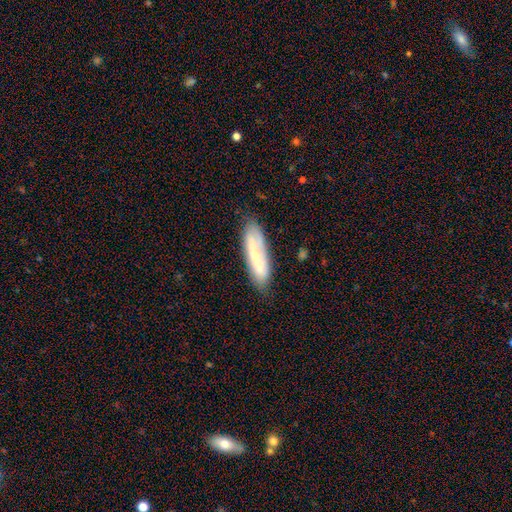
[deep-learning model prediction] The model was most divided on "smooth or featured": smooth: 47%, featured or disk: 46%, star or artifact: 7%. More confident: merging — none (76%).